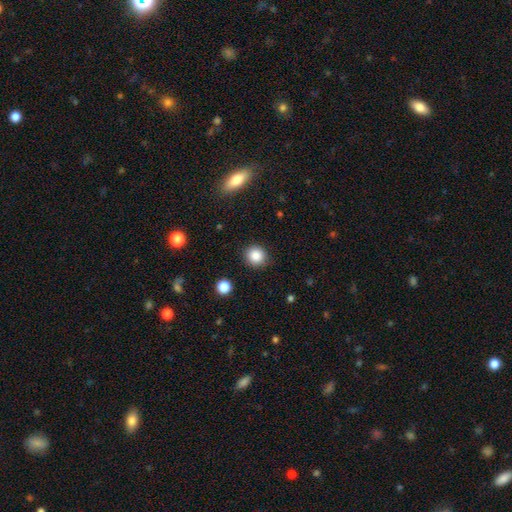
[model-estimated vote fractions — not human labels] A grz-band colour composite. It shows a smooth galaxy with no disk features (85%) that is round (89%). Merging: none (88%).